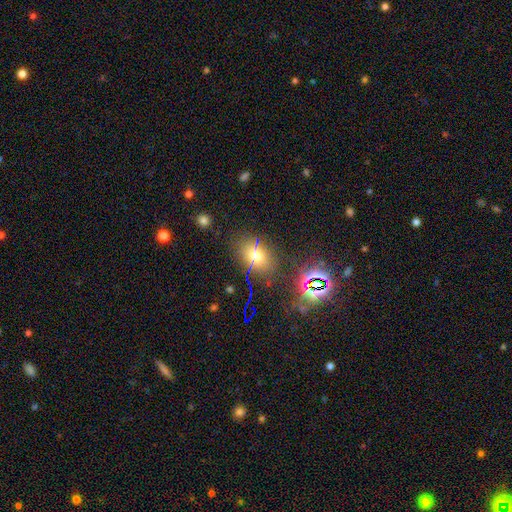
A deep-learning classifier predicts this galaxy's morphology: Smooth or featured?
  - smooth: 60% *
  - star or artifact: 26%
  - featured or disk: 15%
How rounded?
  - in between: 72% *
  - round: 25%
  - cigar-shaped: 3%
Merging?
  - none: 79% *
  - minor disturbance: 12%
  - major disturbance: 5%
  - merger: 4%